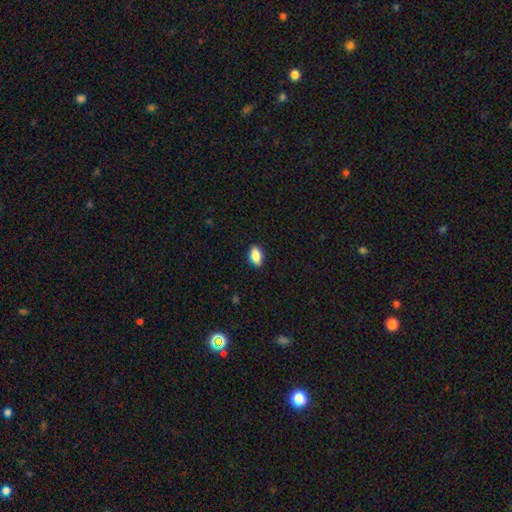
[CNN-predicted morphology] smooth_or_featured: smooth (p=0.86) [alt: star or artifact p=0.07]
how_rounded: in between (p=0.90) [alt: round p=0.06]
merging: none (p=0.89) [alt: minor disturbance p=0.09]